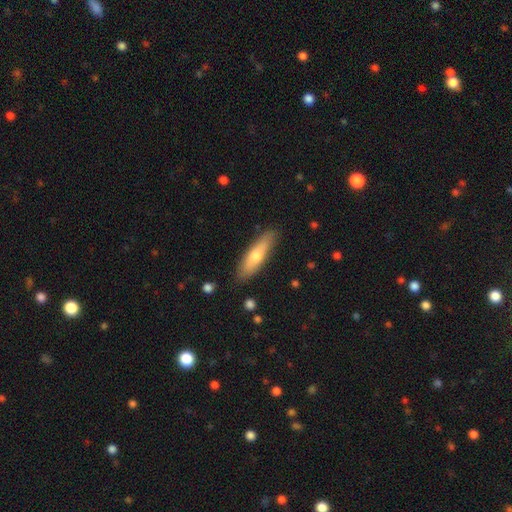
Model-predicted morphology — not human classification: smooth-or-featured: smooth: 60% | featured or disk: 34% | star or artifact: 6%
  how-rounded: cigar-shaped: 65% | in between: 33% | round: 2%
  merging: none: 85% | minor disturbance: 11% | major disturbance: 2% | merger: 2%